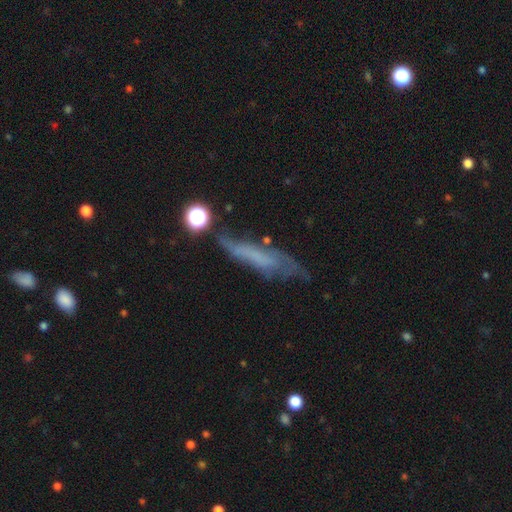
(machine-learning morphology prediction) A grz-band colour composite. It shows a featured or disk galaxy (46%). Merging: none (50%).